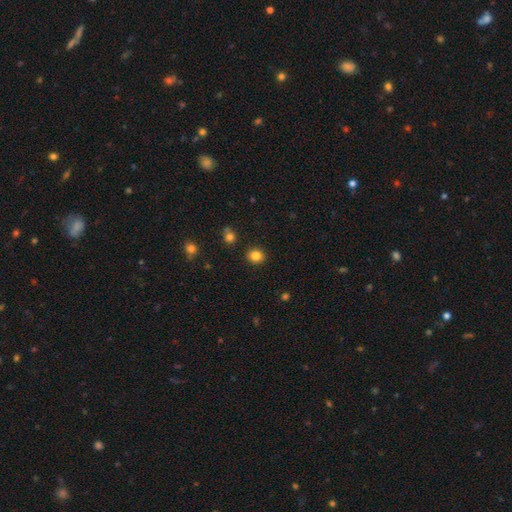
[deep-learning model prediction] Overall: smooth (83%). How rounded: round (72%). Merging: none (89%).